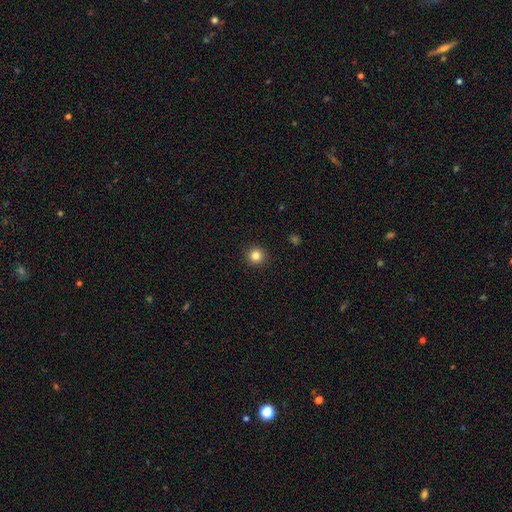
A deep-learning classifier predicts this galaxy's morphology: This is clearly a smooth galaxy (83%). How rounded: clearly round (94%). Merging: clearly none (93%).